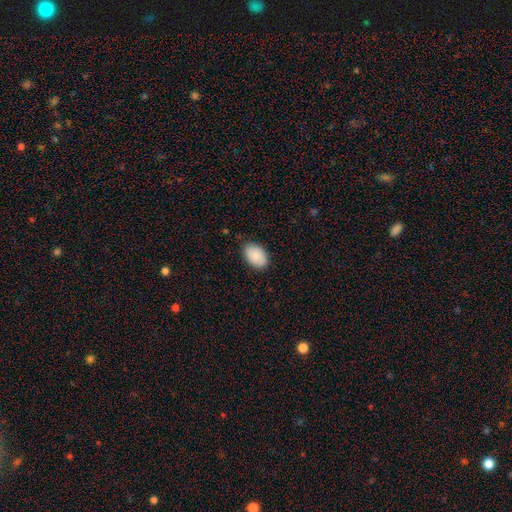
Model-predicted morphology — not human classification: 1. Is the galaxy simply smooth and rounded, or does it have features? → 88% smooth, 6% star or artifact, 6% featured or disk.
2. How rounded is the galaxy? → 90% in between, 9% round, 1% cigar-shaped.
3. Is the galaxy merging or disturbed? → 84% none, 13% minor disturbance, 2% major disturbance, 1% merger.